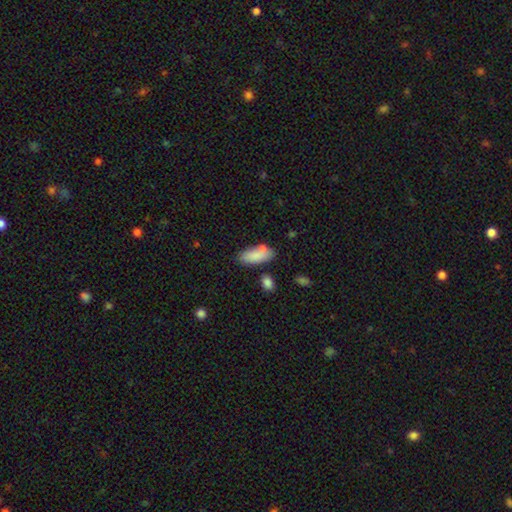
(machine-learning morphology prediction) Smooth or featured? Predicted: smooth (p=0.83). How rounded? Predicted: in between (p=0.83). Merging? Predicted: none (p=0.62).